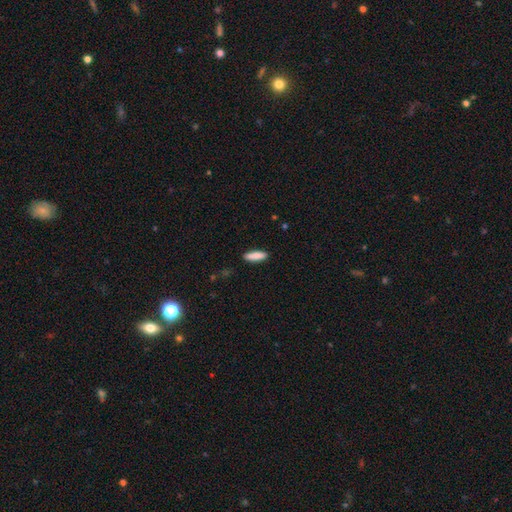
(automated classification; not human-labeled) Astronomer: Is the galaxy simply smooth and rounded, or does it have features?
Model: smooth — 87%.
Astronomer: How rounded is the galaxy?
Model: cigar-shaped — 54% (runner-up: in between, 44%).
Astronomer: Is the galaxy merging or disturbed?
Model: none — 88%.